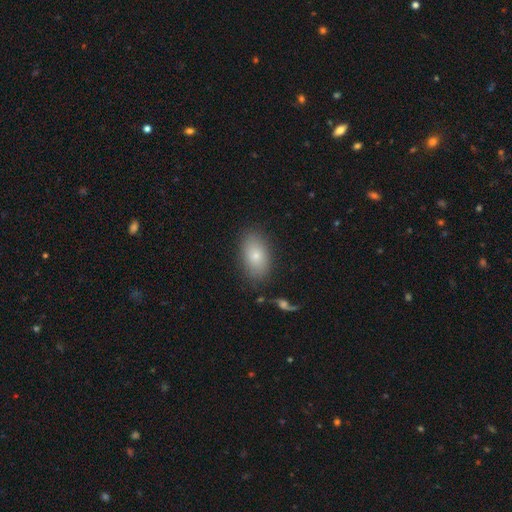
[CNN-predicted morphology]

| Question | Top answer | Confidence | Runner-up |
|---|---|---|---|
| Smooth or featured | smooth | 77% | featured or disk (15%) |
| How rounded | in between | 90% | round (7%) |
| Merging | none | 82% | minor disturbance (12%) |